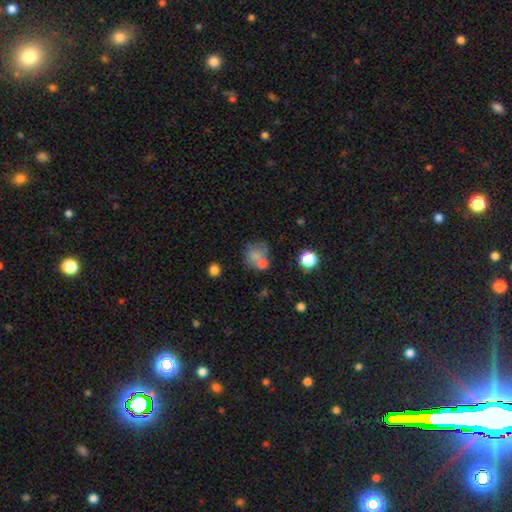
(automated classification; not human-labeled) Morphology: type=smooth (69%); roundness=round (70%); merging=none (40%).